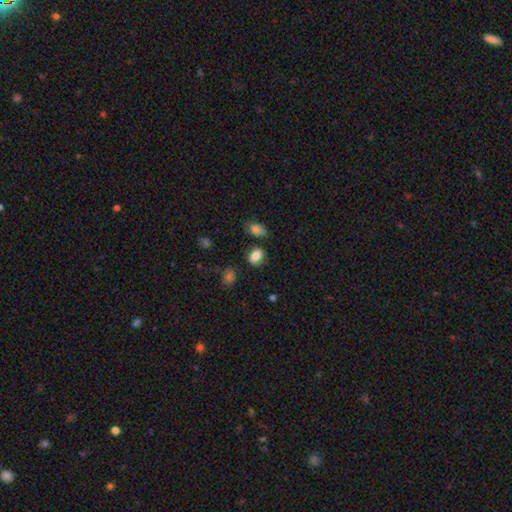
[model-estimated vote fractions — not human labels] Q: Smooth or featured?
A: smooth (82%); runner-up: star or artifact (10%)
Q: How rounded?
A: in between (73%); runner-up: round (25%)
Q: Merging?
A: none (73%); runner-up: minor disturbance (17%)